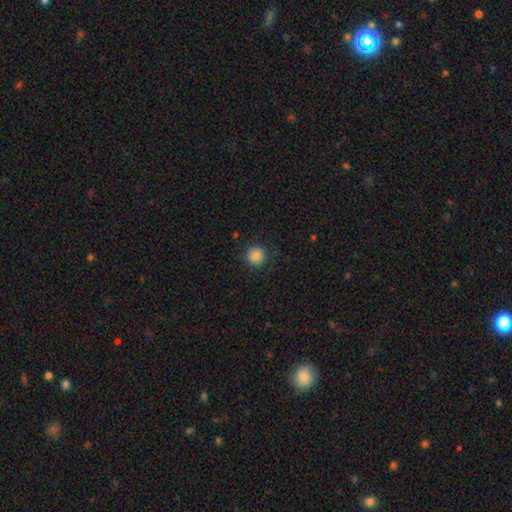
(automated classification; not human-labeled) Q: Smooth or featured?
A: smooth (86%); runner-up: star or artifact (10%)
Q: How rounded?
A: round (92%); runner-up: in between (7%)
Q: Merging?
A: none (86%); runner-up: minor disturbance (10%)